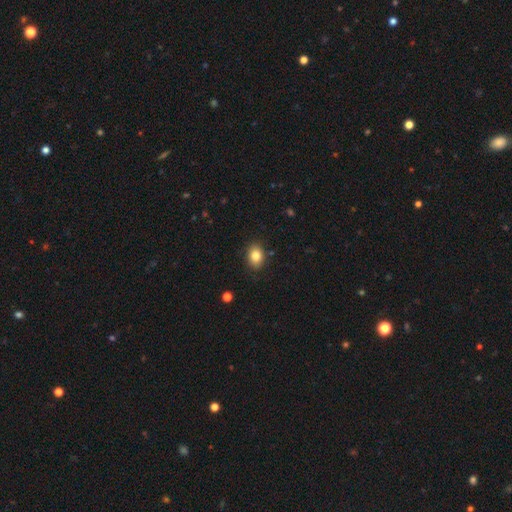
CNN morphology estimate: smooth-or-featured: smooth: 83% | star or artifact: 9% | featured or disk: 8%
  how-rounded: in between: 65% | round: 34% | cigar-shaped: 1%
  merging: none: 85% | minor disturbance: 11% | major disturbance: 2% | merger: 1%